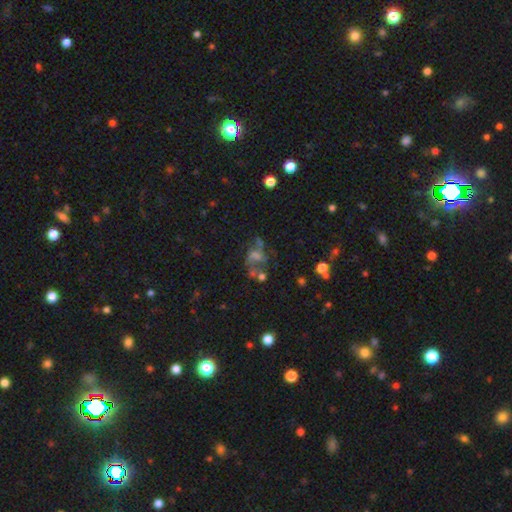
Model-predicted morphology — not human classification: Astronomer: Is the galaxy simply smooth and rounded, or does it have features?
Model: featured or disk — 50% (runner-up: smooth, 25%).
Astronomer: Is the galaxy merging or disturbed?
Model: none — 34% (runner-up: major disturbance, 30%).